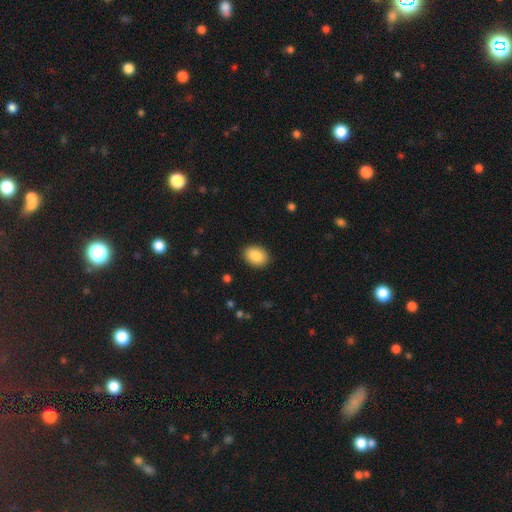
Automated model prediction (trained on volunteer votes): This is clearly a smooth galaxy (89%). How rounded: likely in between (76%). Merging: clearly none (89%).